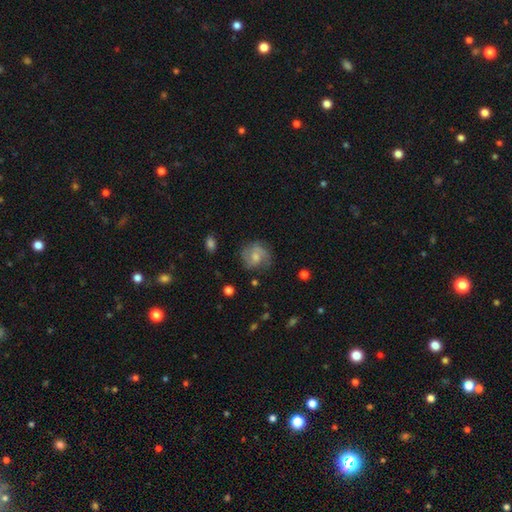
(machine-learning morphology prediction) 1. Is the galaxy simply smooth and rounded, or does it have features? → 59% featured or disk, 33% smooth, 8% star or artifact.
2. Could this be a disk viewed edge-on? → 97% no, 3% yes.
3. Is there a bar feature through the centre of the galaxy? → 55% no, 39% weak, 6% strong.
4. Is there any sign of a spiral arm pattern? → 88% yes, 12% no.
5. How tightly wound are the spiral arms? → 48% medium, 31% tight, 22% loose.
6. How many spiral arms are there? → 66% 2, 16% can't tell, 9% 3, 5% 1, 2% 4, 2% more than 4.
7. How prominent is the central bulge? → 51% moderate, 31% small, 9% none, 7% large, 1% dominant.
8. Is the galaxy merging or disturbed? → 70% none, 20% minor disturbance, 9% major disturbance, 2% merger.